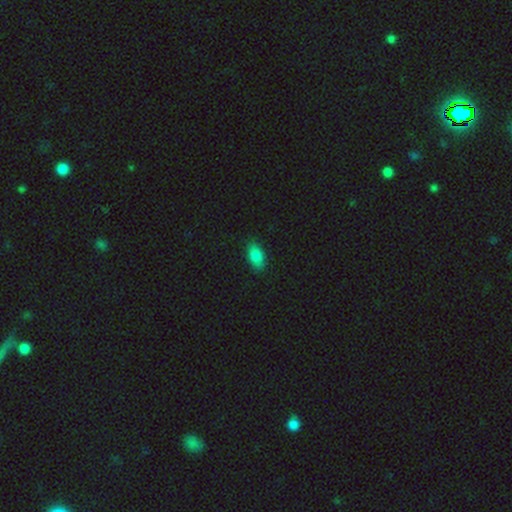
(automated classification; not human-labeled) Smooth or featured? smooth (84%)
How rounded? in between (91%)
Merging? none (85%)